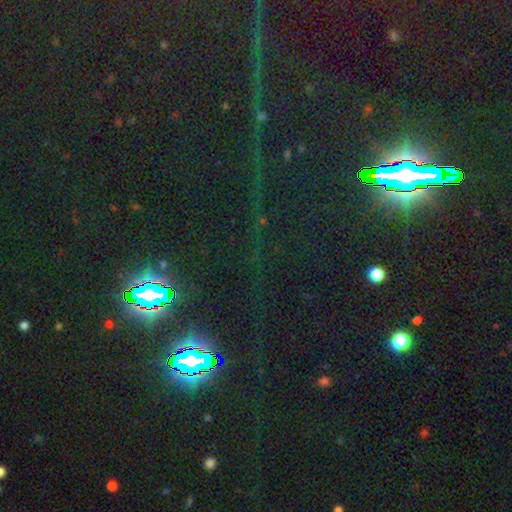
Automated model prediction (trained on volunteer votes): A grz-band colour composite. It shows a star or artifact, not a galaxy (84%).